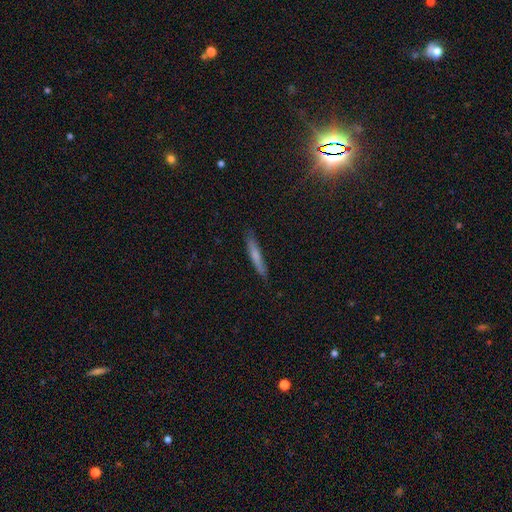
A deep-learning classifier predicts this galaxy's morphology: Smooth or featured: smooth — 63% (featured or disk — 31%)
How rounded: cigar-shaped — 94% (in between — 5%)
Merging: none — 87% (minor disturbance — 10%)